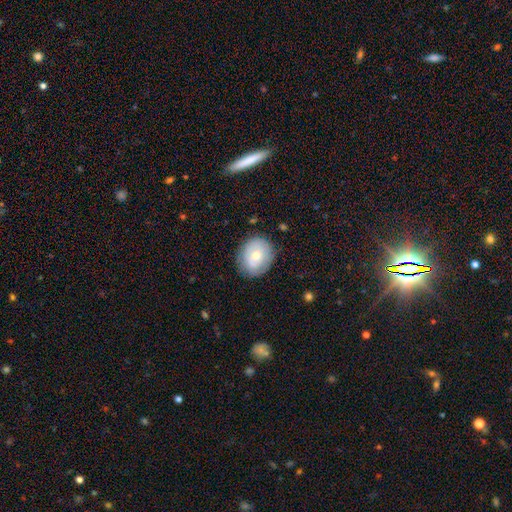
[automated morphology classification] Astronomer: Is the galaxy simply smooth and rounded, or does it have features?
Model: smooth — 59%.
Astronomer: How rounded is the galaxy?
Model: round — 64%.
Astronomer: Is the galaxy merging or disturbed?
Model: none — 80%.